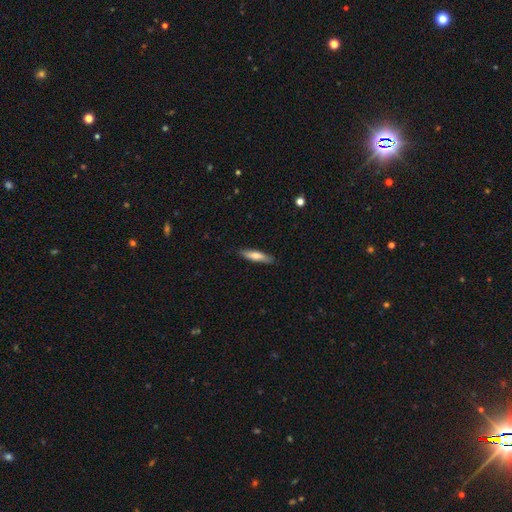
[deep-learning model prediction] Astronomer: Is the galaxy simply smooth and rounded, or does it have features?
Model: smooth — 69%.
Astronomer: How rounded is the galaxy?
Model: cigar-shaped — 77%.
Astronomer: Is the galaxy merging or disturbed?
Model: none — 86%.